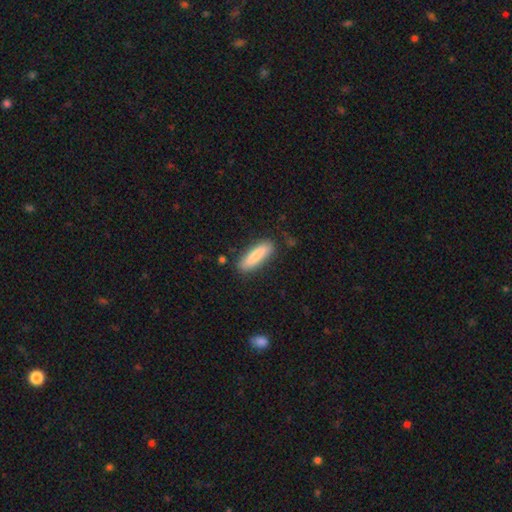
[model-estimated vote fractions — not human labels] Smooth or featured: smooth — 80% (featured or disk — 14%)
How rounded: cigar-shaped — 65% (in between — 33%)
Merging: none — 83% (minor disturbance — 12%)